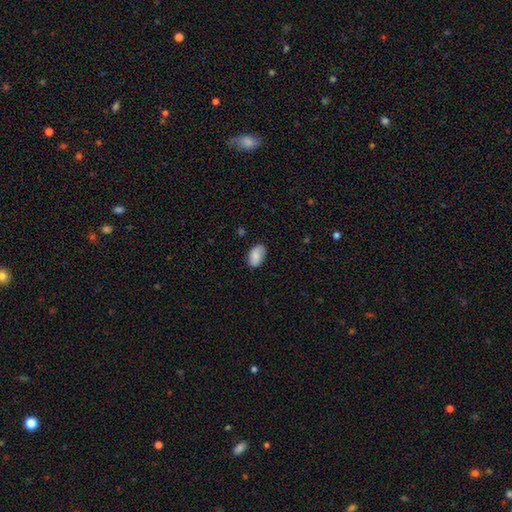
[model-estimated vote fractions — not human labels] The model was most divided on "merging": none: 79%, minor disturbance: 17%, major disturbance: 3%, merger: 1%. More confident: how rounded — in between (91%); smooth or featured — smooth (84%).